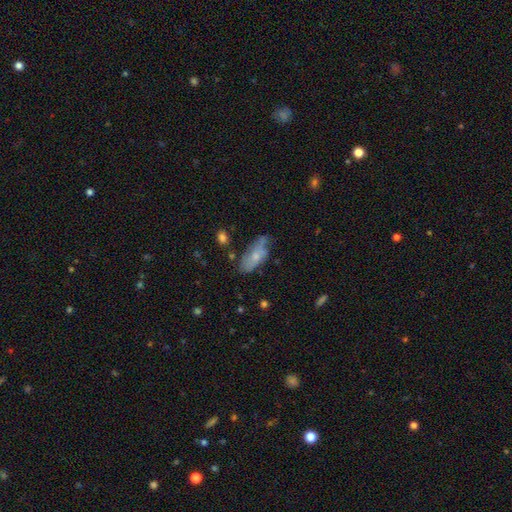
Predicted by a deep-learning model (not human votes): smooth_or_featured: smooth (p=0.59) [alt: featured or disk p=0.33]
how_rounded: in between (p=0.80) [alt: cigar-shaped p=0.17]
merging: none (p=0.46) [alt: minor disturbance p=0.35]